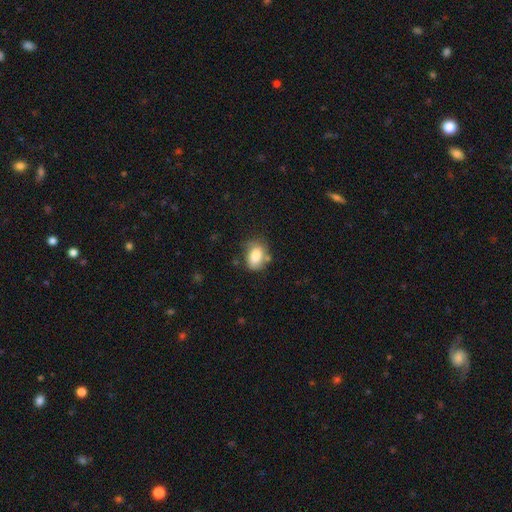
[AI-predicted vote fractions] This appears to be a smooth galaxy with no disk features (81%) that is in between round and cigar-shaped (77%). Merging: none (55%).